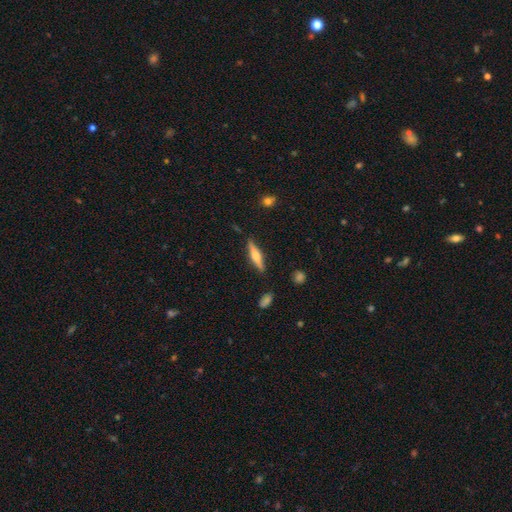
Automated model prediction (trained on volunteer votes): The model was most divided on "smooth or featured": featured or disk: 57%, smooth: 37%, star or artifact: 6%. More confident: edge-on disk — yes (96%); edge-on bulge — rounded (88%); merging — none (86%).